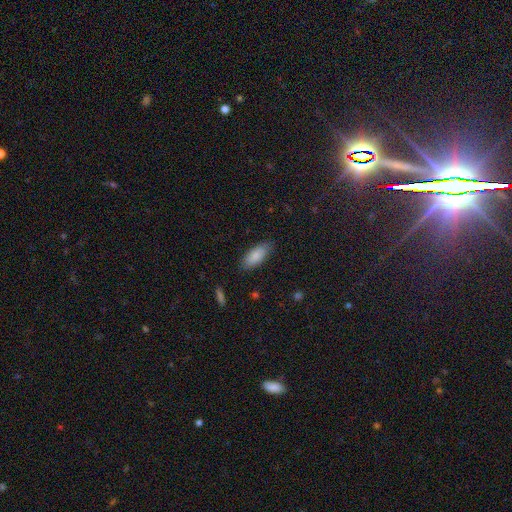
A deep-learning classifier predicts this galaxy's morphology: smooth 85%, featured or disk 9%, star or artifact 6%. Down the decision tree: how rounded — in between (86%); merging — none (81%).